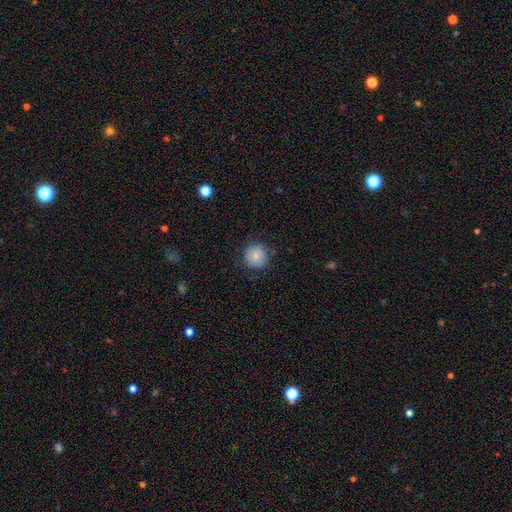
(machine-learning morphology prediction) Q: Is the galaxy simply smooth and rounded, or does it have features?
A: smooth — 82%.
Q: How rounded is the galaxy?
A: round — 94%.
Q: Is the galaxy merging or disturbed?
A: none — 81%.